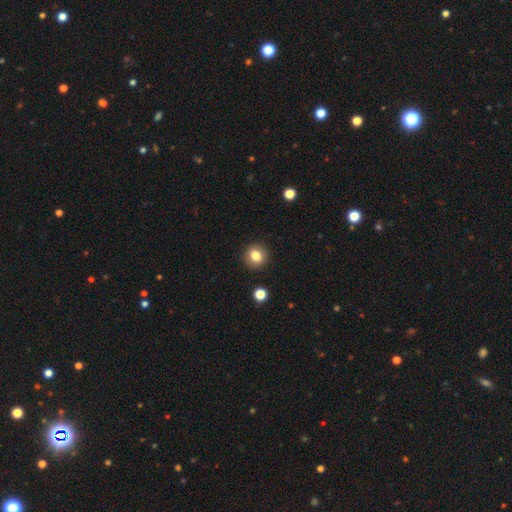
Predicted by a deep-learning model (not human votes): Smooth or featured: smooth — 81% (star or artifact — 11%)
How rounded: round — 88% (in between — 11%)
Merging: none — 91% (minor disturbance — 5%)